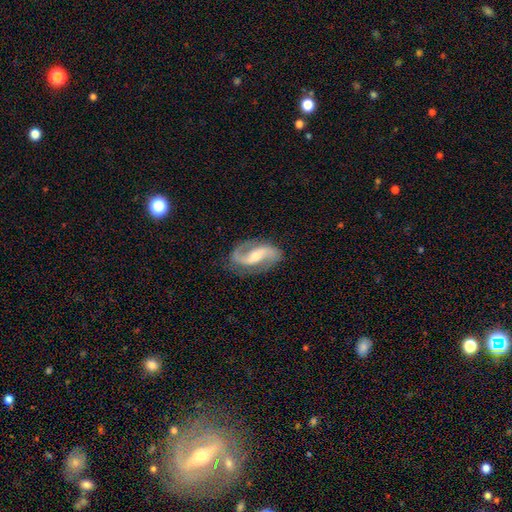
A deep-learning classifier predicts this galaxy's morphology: The model was most divided on "spiral winding": medium: 46%, loose: 41%, tight: 13%. Remaining: spiral arms — yes (97%); edge-on disk — no (97%); spiral arm count — 2 (92%); smooth or featured — featured or disk (89%); merging — none (79%); bulge size — moderate (53%); bar — weak (44%).